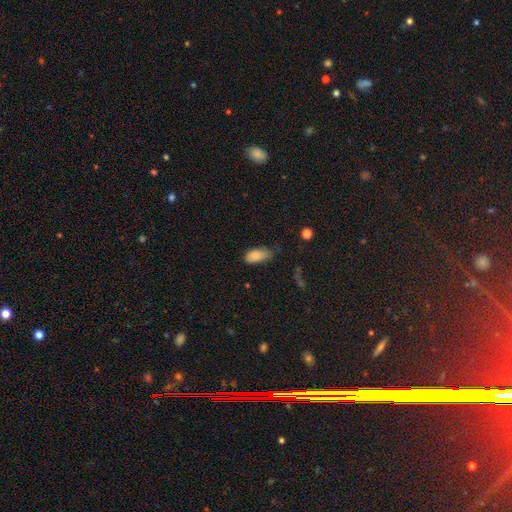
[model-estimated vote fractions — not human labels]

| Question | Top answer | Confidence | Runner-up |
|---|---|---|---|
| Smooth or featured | smooth | 85% | star or artifact (8%) |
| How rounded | in between | 92% | cigar-shaped (5%) |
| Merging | none | 51% | minor disturbance (38%) |